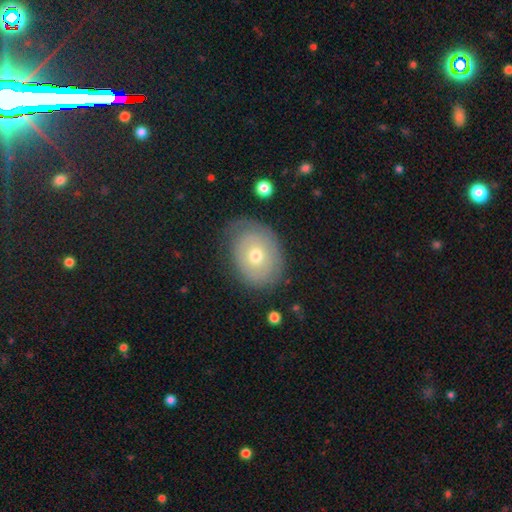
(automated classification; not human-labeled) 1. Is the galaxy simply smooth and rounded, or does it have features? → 48% featured or disk, 44% smooth, 8% star or artifact.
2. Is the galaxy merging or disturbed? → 70% none, 21% minor disturbance, 8% major disturbance, 1% merger.